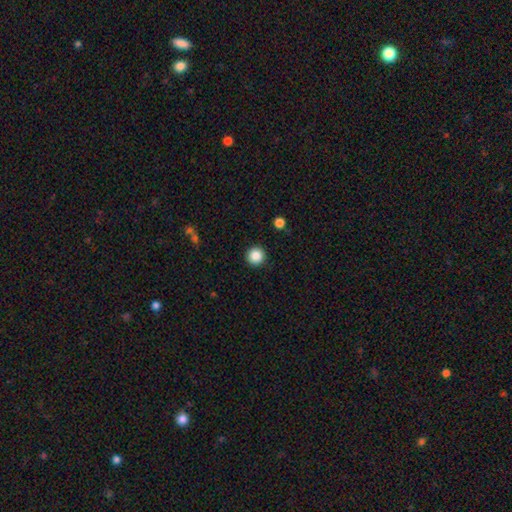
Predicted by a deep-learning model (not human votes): This appears to be a smooth galaxy with no disk features (87%) that is round (96%). Merging: none (92%).